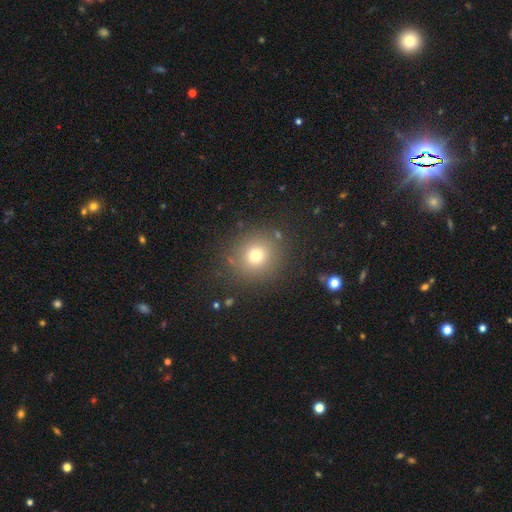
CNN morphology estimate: Smooth or featured? Predicted: smooth (p=0.71). How rounded? Predicted: round (p=0.91). Merging? Predicted: none (p=0.85).